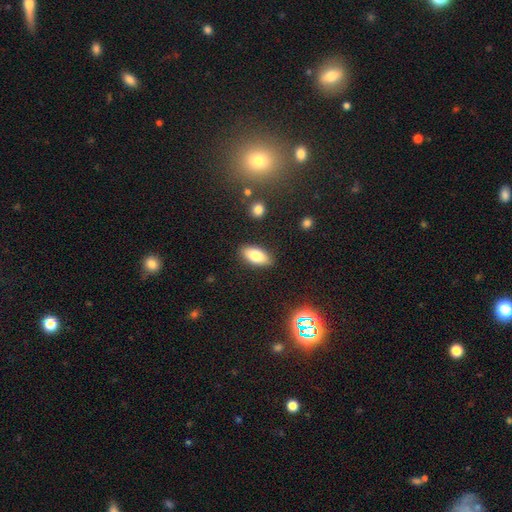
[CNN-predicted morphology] smooth 79%, featured or disk 13%, star or artifact 8%. Down the decision tree: how rounded — in between (88%); merging — none (87%).